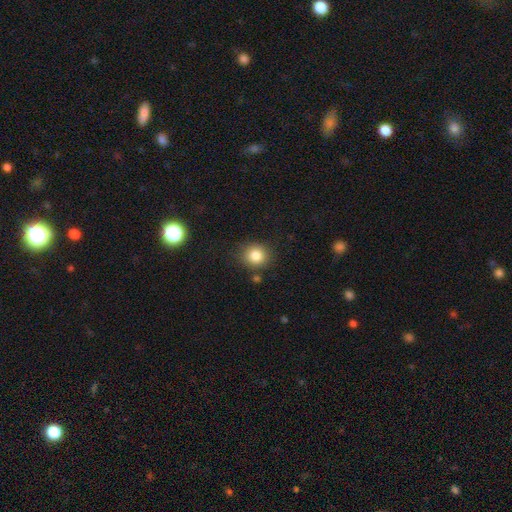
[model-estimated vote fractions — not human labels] Smooth or featured? Predicted: smooth (p=0.82). How rounded? Predicted: round (p=0.85). Merging? Predicted: none (p=0.84).